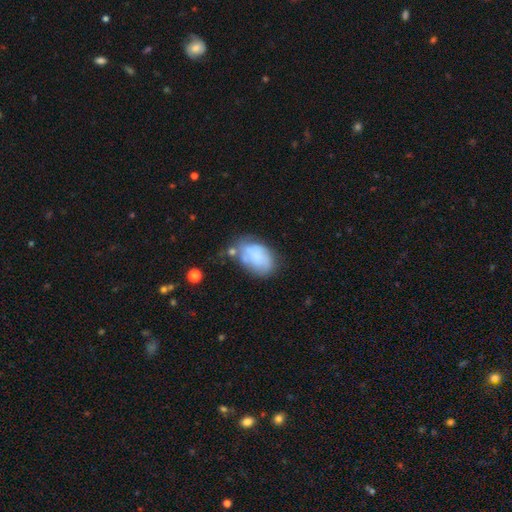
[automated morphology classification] Smooth or featured: smooth — 68% (featured or disk — 24%)
How rounded: in between — 88% (round — 10%)
Merging: none — 43% (minor disturbance — 30%)